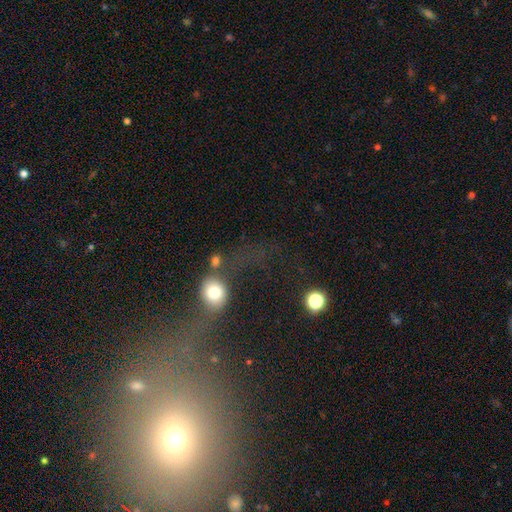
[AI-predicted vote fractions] This is marginally a smooth galaxy (35%). Merging: marginally none (30%, tied with major disturbance).